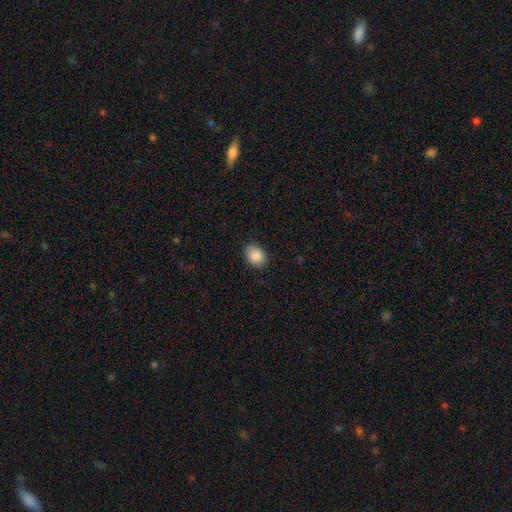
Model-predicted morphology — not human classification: smooth_or_featured: smooth (p=0.88) [alt: star or artifact p=0.08]
how_rounded: in between (p=0.64) [alt: round p=0.35]
merging: none (p=0.86) [alt: minor disturbance p=0.11]